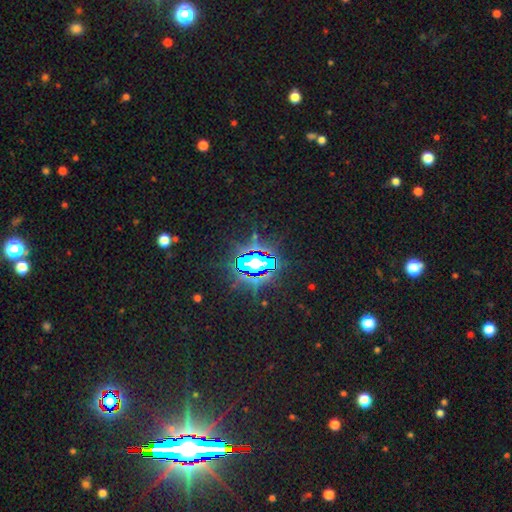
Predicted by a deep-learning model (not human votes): smooth-or-featured: star or artifact: 82% | smooth: 10% | featured or disk: 8%